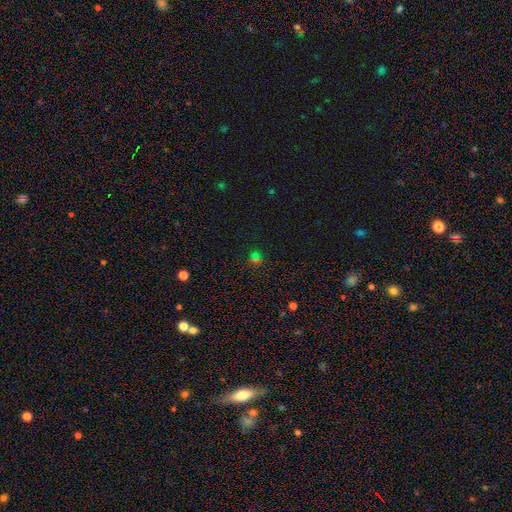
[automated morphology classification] Q: Smooth or featured?
A: star or artifact (50%); runner-up: smooth (41%)